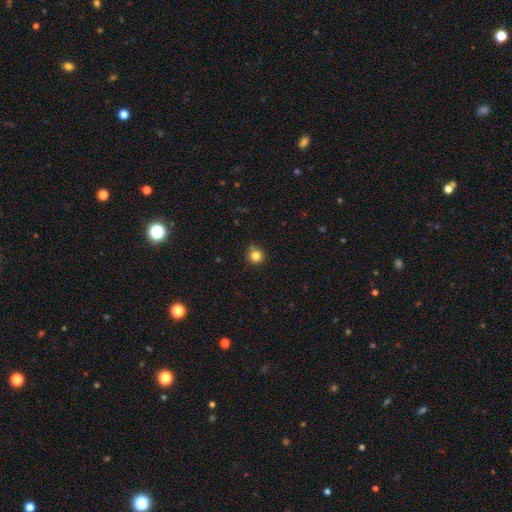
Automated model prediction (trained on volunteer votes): This is clearly a smooth galaxy (81%). How rounded: clearly round (93%). Merging: likely none (80%).